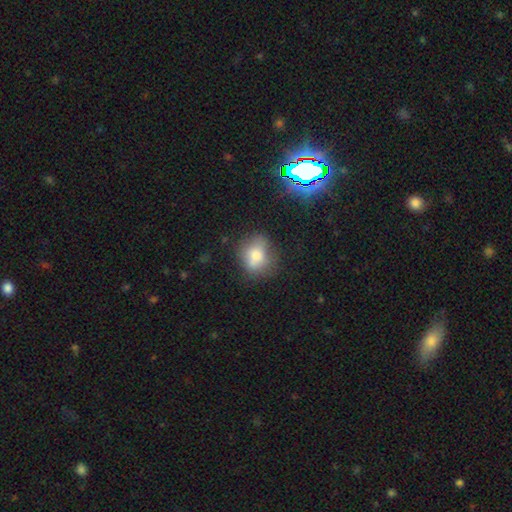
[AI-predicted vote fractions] Smooth or featured?
  - smooth: 70% *
  - featured or disk: 17%
  - star or artifact: 13%
How rounded?
  - round: 57% *
  - in between: 42%
  - cigar-shaped: 2%
Merging?
  - none: 60% *
  - minor disturbance: 25%
  - major disturbance: 9%
  - merger: 6%